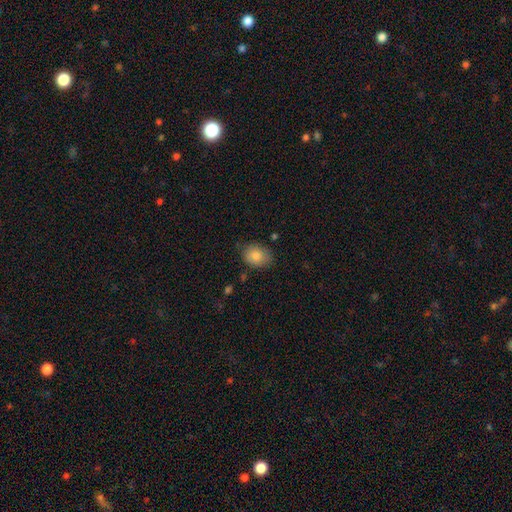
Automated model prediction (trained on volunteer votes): A smooth galaxy with no disk features (83%) that is in between round and cigar-shaped (64%).

Vote fractions:
- Smooth or featured? smooth: 83% / featured or disk: 8% / star or artifact: 8%
- How rounded? in between: 64% / round: 35% / cigar-shaped: 1%
- Merging? none: 76% / minor disturbance: 18% / major disturbance: 4% / merger: 2%